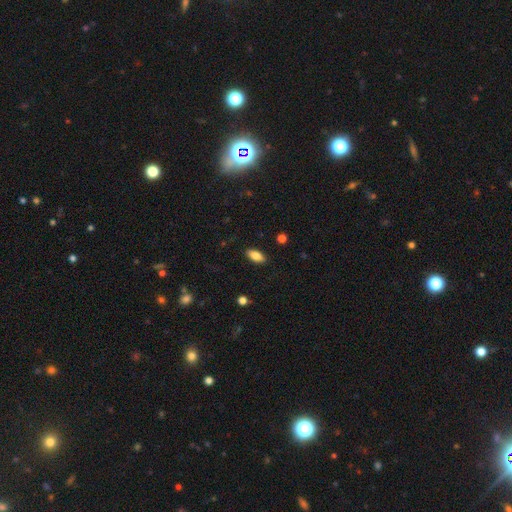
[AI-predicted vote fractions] This is clearly a smooth galaxy (83%). How rounded: clearly in between (88%). Merging: clearly none (88%).